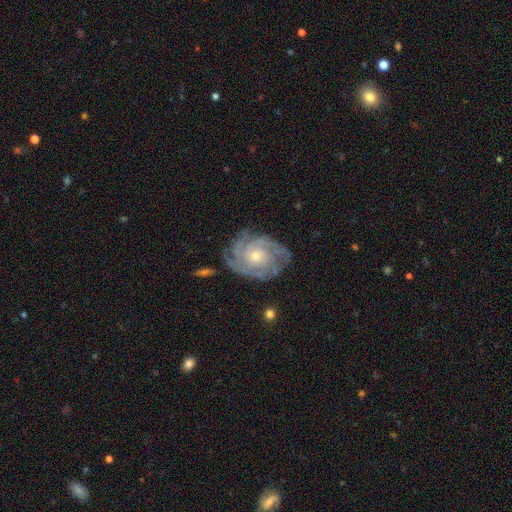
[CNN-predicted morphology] type=featured or disk (88%); edge-on=no (97%); bar=no (78%); spiral arms=yes (97%); winding=tight (74%); arm count=3 (32%); bulge=small (54%); merging=none (77%).